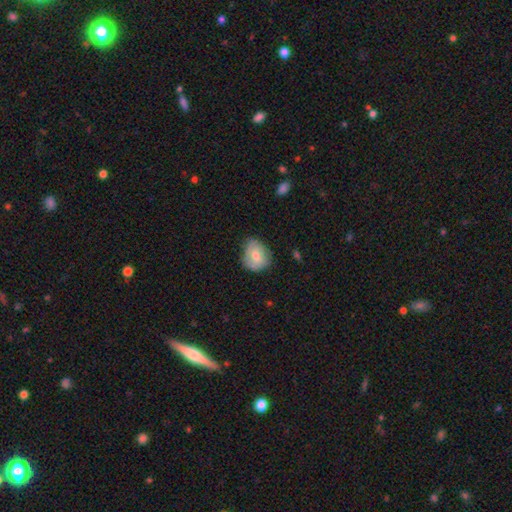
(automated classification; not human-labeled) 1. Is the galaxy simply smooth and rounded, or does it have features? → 67% smooth, 26% featured or disk, 7% star or artifact.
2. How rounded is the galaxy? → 54% round, 45% in between, 1% cigar-shaped.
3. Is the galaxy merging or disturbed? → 57% none, 34% minor disturbance, 7% major disturbance, 2% merger.